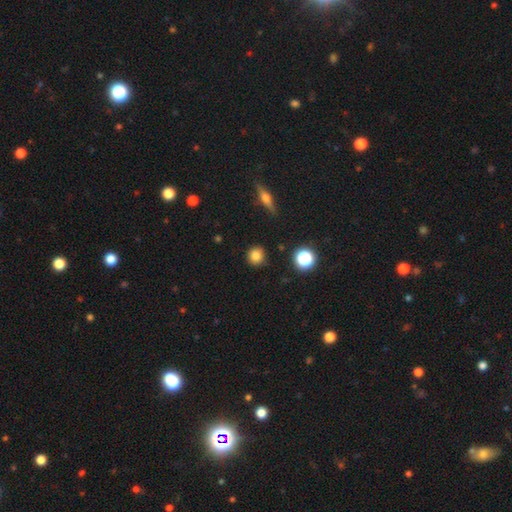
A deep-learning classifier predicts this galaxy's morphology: Smooth or featured? smooth (81%)
How rounded? round (92%)
Merging? none (88%)